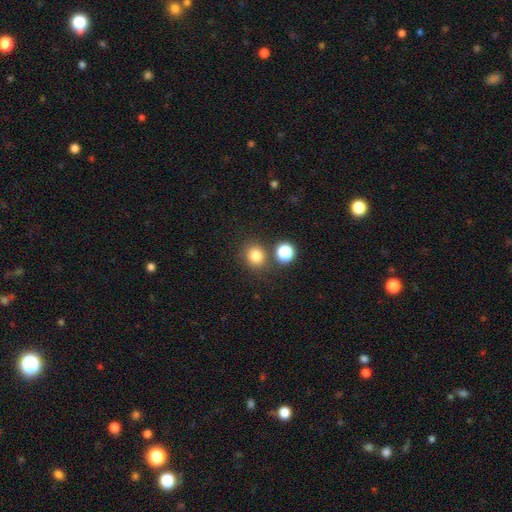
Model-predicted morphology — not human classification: A smooth galaxy with no disk features (80%) that is round (77%). Merging: none (77%).